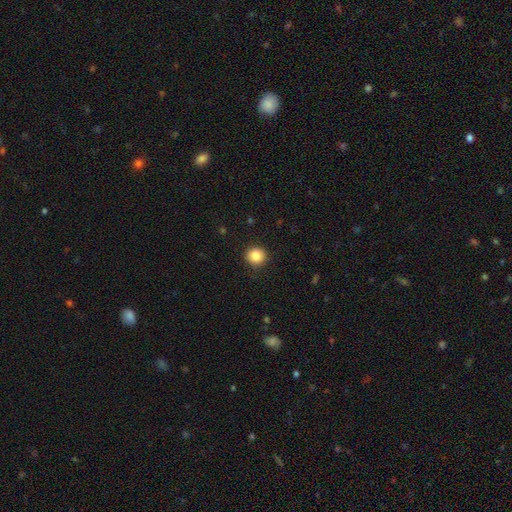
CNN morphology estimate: This is clearly a smooth galaxy (85%). How rounded: clearly round (89%). Merging: clearly none (91%).